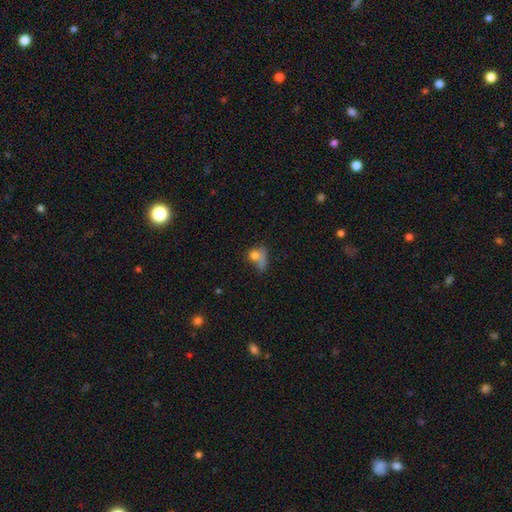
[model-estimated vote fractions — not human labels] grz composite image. It shows a smooth galaxy with no disk features (70%) that is in between round and cigar-shaped (53%). Merging: major disturbance (33%).